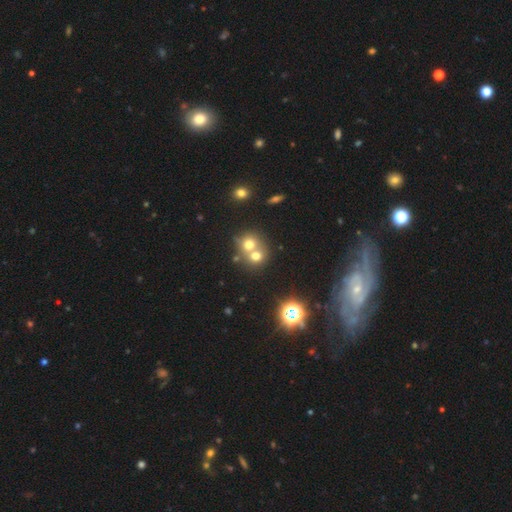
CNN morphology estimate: A smooth galaxy with no disk features (66%) that is round (79%).

Vote fractions:
- Smooth or featured? smooth: 66% / star or artifact: 18% / featured or disk: 16%
- How rounded? round: 79% / in between: 20% / cigar-shaped: 1%
- Merging? merger: 59% / none: 33% / minor disturbance: 5% / major disturbance: 2%